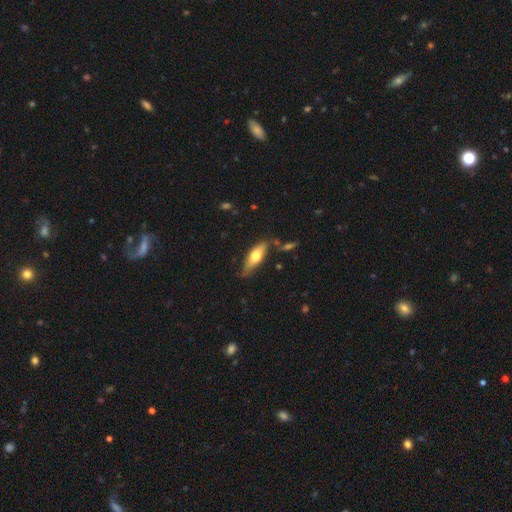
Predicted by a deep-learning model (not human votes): A smooth galaxy with no disk features (60%) that is in between round and cigar-shaped (56%).

Vote fractions:
- Smooth or featured? smooth: 60% / featured or disk: 34% / star or artifact: 6%
- How rounded? in between: 56% / cigar-shaped: 42% / round: 2%
- Merging? none: 70% / minor disturbance: 21% / merger: 5% / major disturbance: 4%